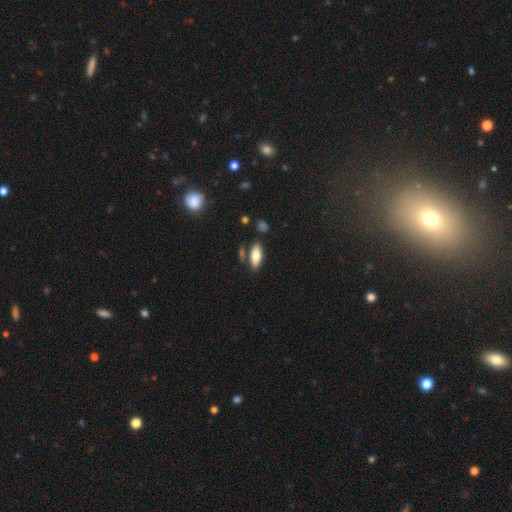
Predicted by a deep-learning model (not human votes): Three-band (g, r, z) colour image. It shows a smooth galaxy with no disk features (76%) that is in between round and cigar-shaped (80%). Merging: none (75%).